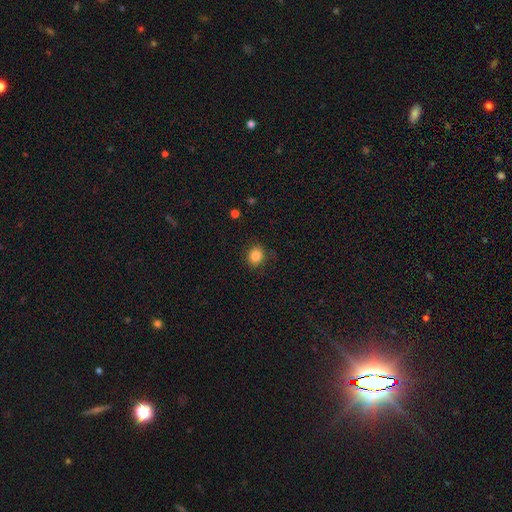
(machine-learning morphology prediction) A smooth galaxy with no disk features (84%) that is round (72%).

Vote fractions:
- Smooth or featured? smooth: 84% / star or artifact: 11% / featured or disk: 5%
- How rounded? round: 72% / in between: 28% / cigar-shaped: 1%
- Merging? none: 85% / minor disturbance: 10% / major disturbance: 3% / merger: 1%